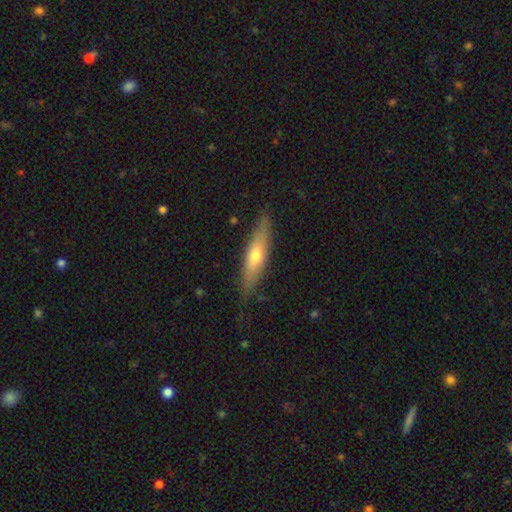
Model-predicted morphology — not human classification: Smooth or featured? Predicted: smooth (p=0.55). How rounded? Predicted: cigar-shaped (p=0.71). Merging? Predicted: none (p=0.82).